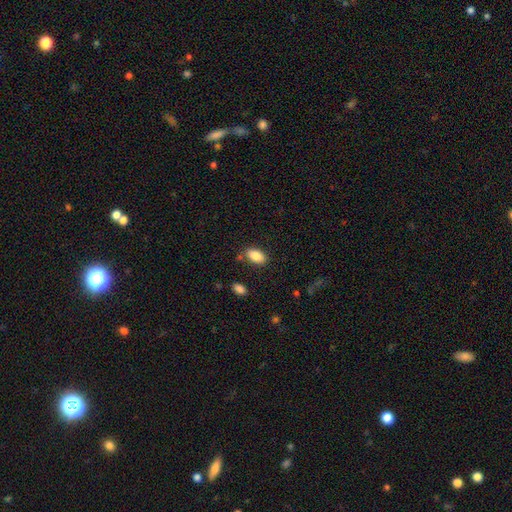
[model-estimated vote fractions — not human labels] Q: Smooth or featured?
A: smooth (86%); runner-up: star or artifact (8%)
Q: How rounded?
A: in between (92%); runner-up: round (5%)
Q: Merging?
A: none (80%); runner-up: minor disturbance (13%)